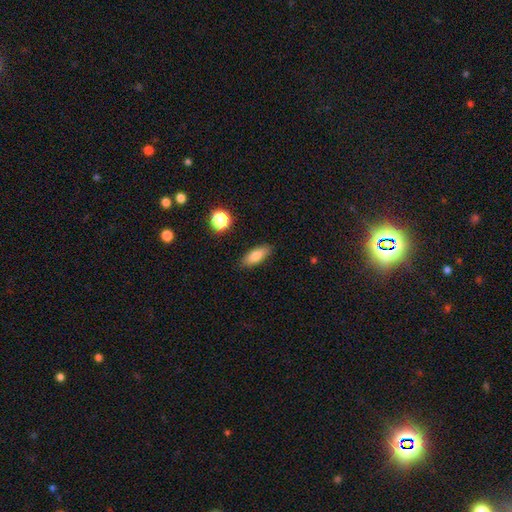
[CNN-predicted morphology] The model was most divided on "how rounded": in between: 72%, cigar-shaped: 24%, round: 3%. More confident: merging — none (86%); smooth or featured — smooth (82%).